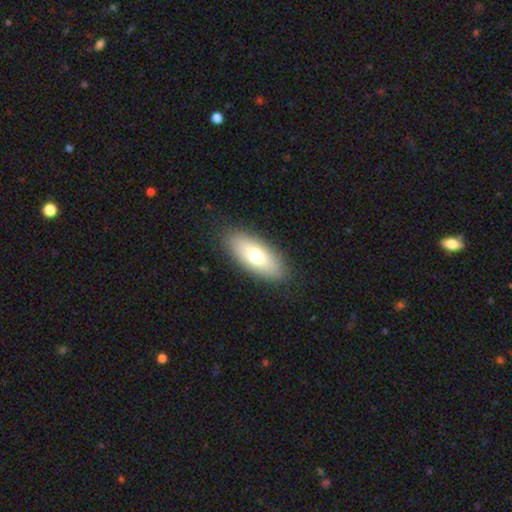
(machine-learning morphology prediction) smooth-or-featured: smooth: 67% | featured or disk: 25% | star or artifact: 8%
  how-rounded: in between: 80% | cigar-shaped: 16% | round: 4%
  merging: none: 87% | minor disturbance: 9% | major disturbance: 3% | merger: 1%